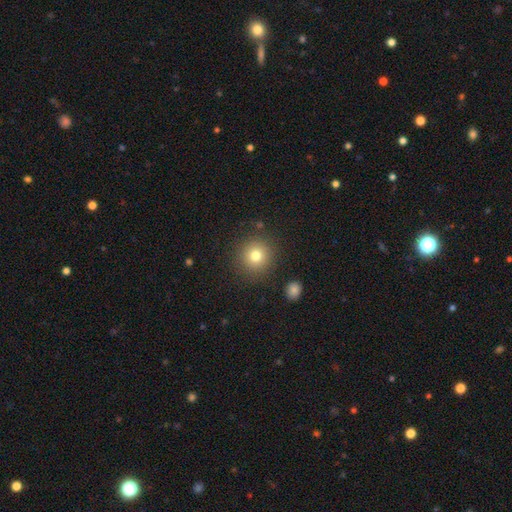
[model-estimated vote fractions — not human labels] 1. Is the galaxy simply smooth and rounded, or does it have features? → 78% smooth, 13% star or artifact, 9% featured or disk.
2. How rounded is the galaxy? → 92% round, 7% in between, 1% cigar-shaped.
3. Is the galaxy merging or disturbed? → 88% none, 7% minor disturbance, 3% major disturbance, 2% merger.